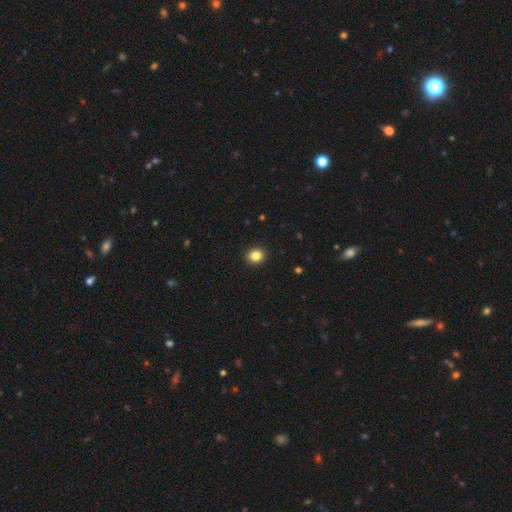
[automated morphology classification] Q: Smooth or featured?
A: smooth (85%); runner-up: star or artifact (11%)
Q: How rounded?
A: round (80%); runner-up: in between (19%)
Q: Merging?
A: none (92%); runner-up: minor disturbance (5%)